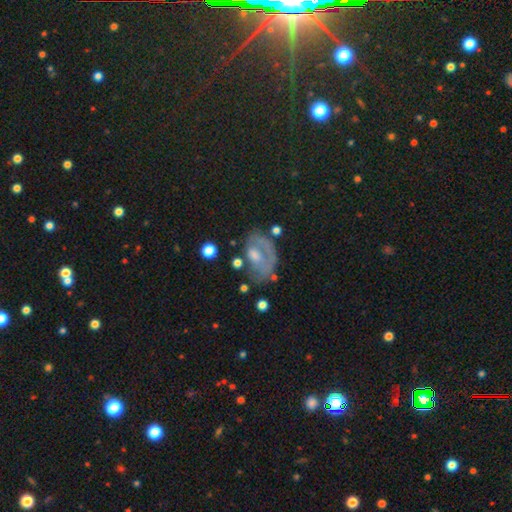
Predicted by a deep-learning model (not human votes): This is possibly a featured or disk galaxy (53%). It is clearly not viewed edge-on (94%). Merging: possibly none (48%).